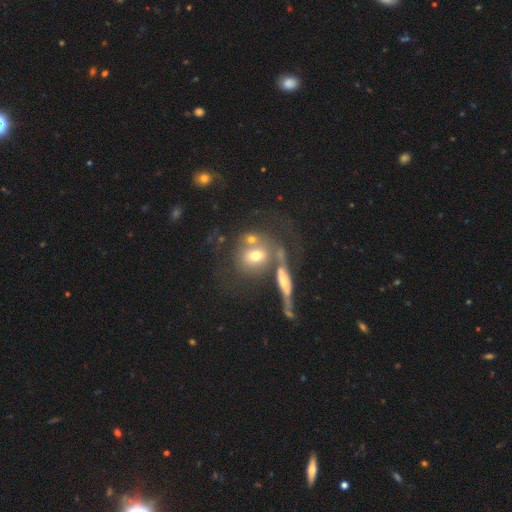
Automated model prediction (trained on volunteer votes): Smooth or featured? smooth (53%)
How rounded? round (65%)
Merging? merger (40%)